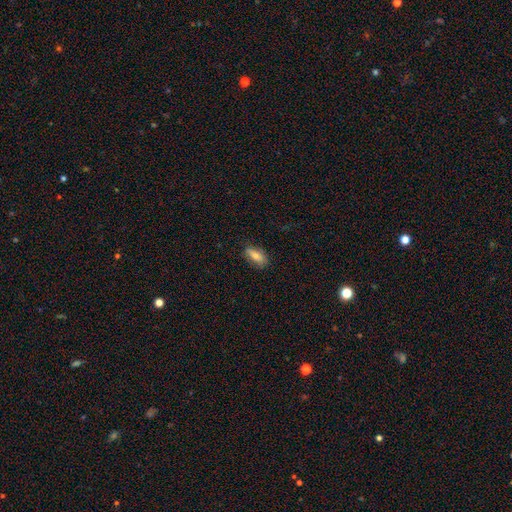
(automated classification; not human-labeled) Q: Smooth or featured?
A: smooth (73%); runner-up: featured or disk (20%)
Q: How rounded?
A: in between (75%); runner-up: cigar-shaped (21%)
Q: Merging?
A: none (80%); runner-up: minor disturbance (16%)